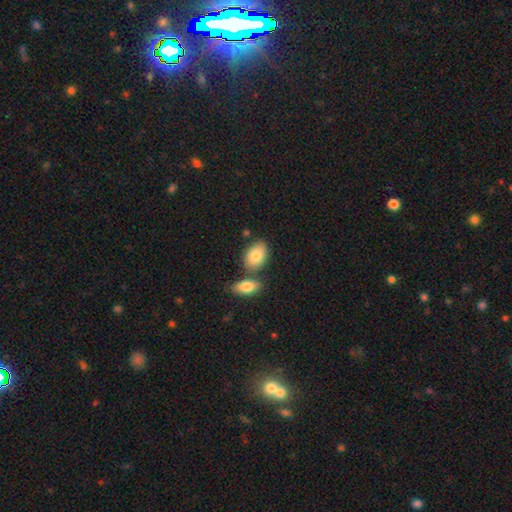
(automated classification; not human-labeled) smooth-or-featured: smooth: 84% | featured or disk: 10% | star or artifact: 6%
  how-rounded: in between: 88% | round: 11% | cigar-shaped: 2%
  merging: none: 63% | merger: 22% | minor disturbance: 12% | major disturbance: 3%